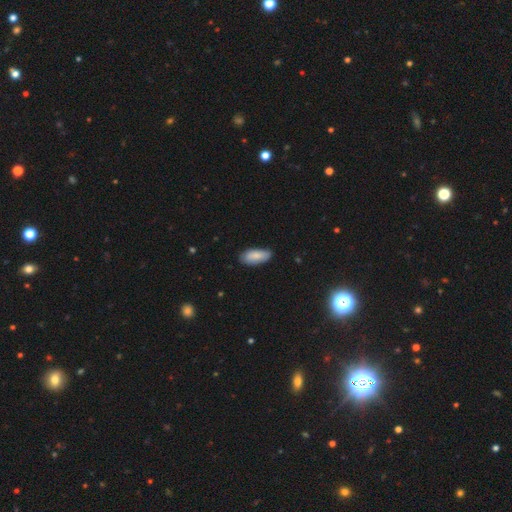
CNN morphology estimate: Smooth or featured? Predicted: smooth (p=0.82). How rounded? Predicted: in between (p=0.86). Merging? Predicted: none (p=0.75).